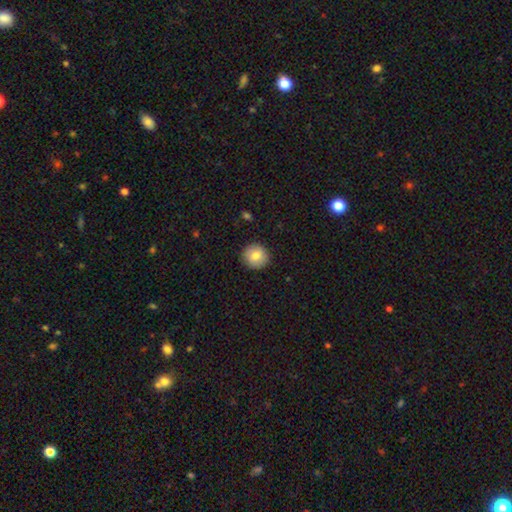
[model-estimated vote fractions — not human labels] A smooth galaxy with no disk features (81%) that is round (92%). Merging: none (91%).